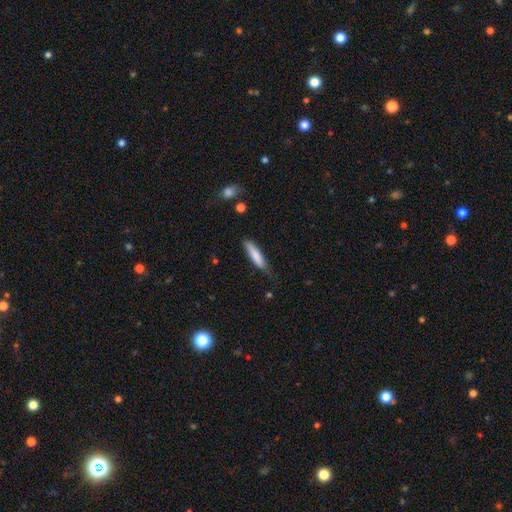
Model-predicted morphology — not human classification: A smooth galaxy with no disk features (80%) that is cigar-shaped (79%). Merging: none (69%).